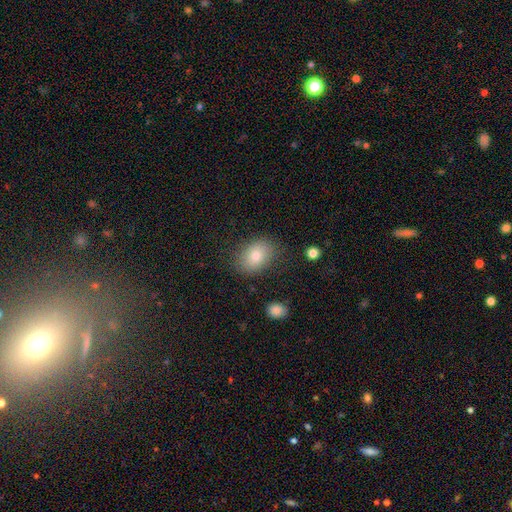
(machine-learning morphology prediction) smooth-or-featured: smooth: 80% | featured or disk: 11% | star or artifact: 9%
  how-rounded: in between: 76% | round: 23% | cigar-shaped: 1%
  merging: none: 81% | minor disturbance: 13% | major disturbance: 4% | merger: 2%